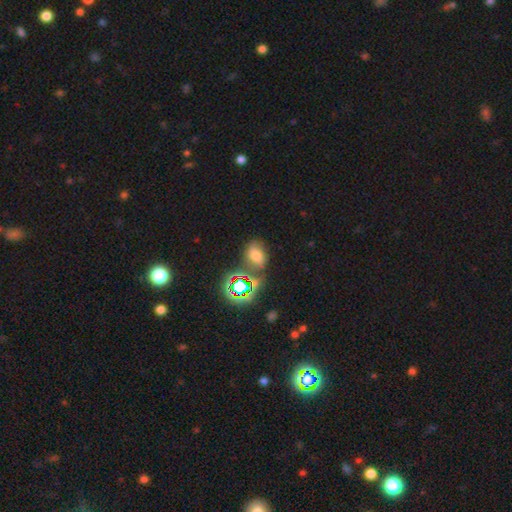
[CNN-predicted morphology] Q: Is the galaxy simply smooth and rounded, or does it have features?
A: smooth — 54%.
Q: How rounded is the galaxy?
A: in between — 75%.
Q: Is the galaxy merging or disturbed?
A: none — 62%.